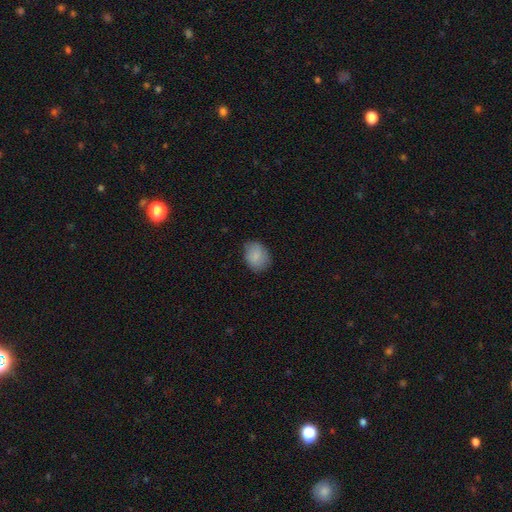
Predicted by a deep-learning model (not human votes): Smooth or featured? Predicted: smooth (p=0.84). How rounded? Predicted: in between (p=0.61). Merging? Predicted: none (p=0.73).